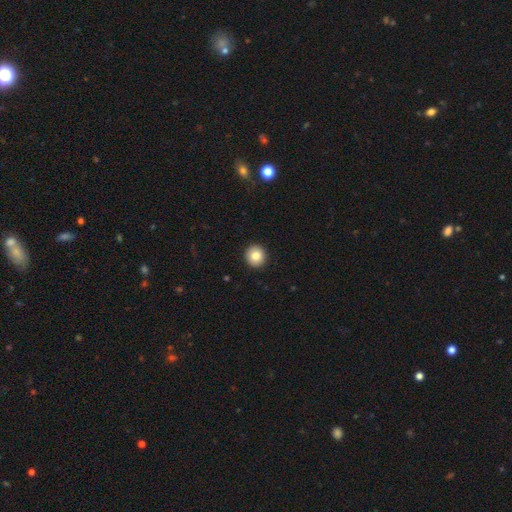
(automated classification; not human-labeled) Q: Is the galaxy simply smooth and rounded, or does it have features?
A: smooth — 83%.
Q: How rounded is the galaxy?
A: round — 94%.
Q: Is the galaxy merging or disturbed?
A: none — 93%.